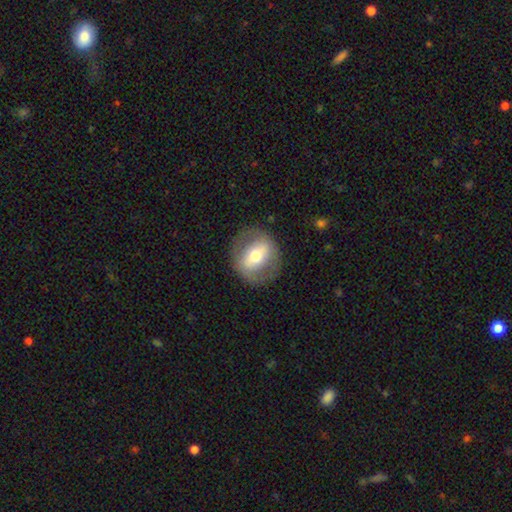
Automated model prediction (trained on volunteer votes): This appears to be a featured or disk galaxy (48%). Merging: none (82%).